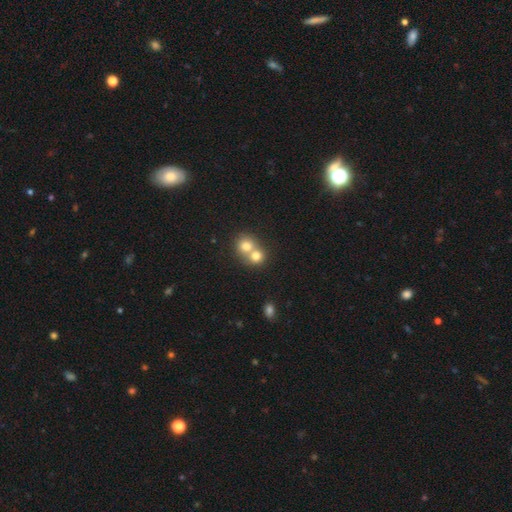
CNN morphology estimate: Smooth or featured? Predicted: smooth (p=0.74). How rounded? Predicted: round (p=0.79). Merging? Predicted: merger (p=0.67).